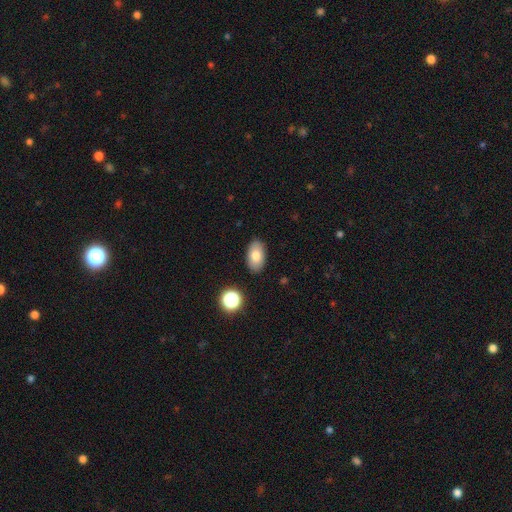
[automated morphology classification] Q: Smooth or featured?
A: smooth (78%); runner-up: featured or disk (13%)
Q: How rounded?
A: in between (92%); runner-up: round (6%)
Q: Merging?
A: none (87%); runner-up: minor disturbance (9%)